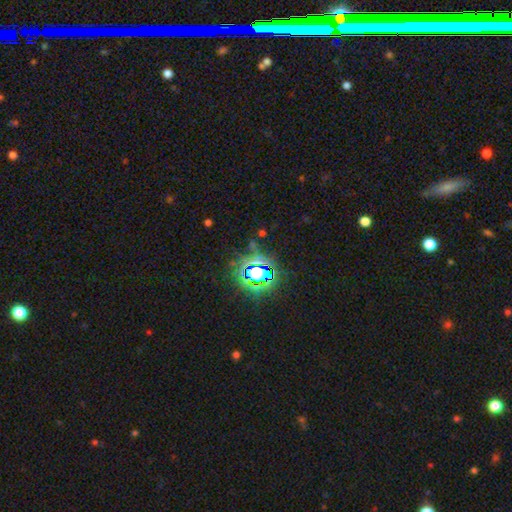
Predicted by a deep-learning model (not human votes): star or artifact 78%, smooth 14%, featured or disk 8%.